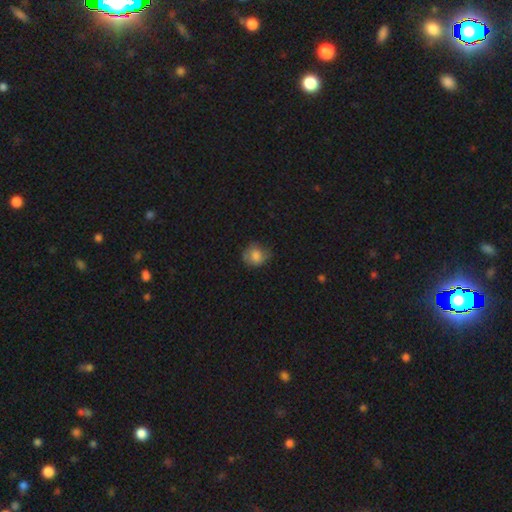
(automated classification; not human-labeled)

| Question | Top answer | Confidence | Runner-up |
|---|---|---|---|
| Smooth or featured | smooth | 79% | featured or disk (12%) |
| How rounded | round | 74% | in between (25%) |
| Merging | none | 65% | minor disturbance (26%) |